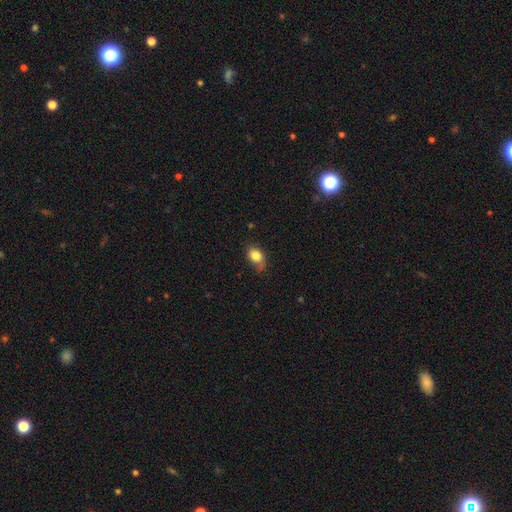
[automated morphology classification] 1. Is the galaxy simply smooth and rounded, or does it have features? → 82% smooth, 9% featured or disk, 8% star or artifact.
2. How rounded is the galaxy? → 76% in between, 23% round, 2% cigar-shaped.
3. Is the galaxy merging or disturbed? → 55% none, 34% minor disturbance, 9% major disturbance, 2% merger.